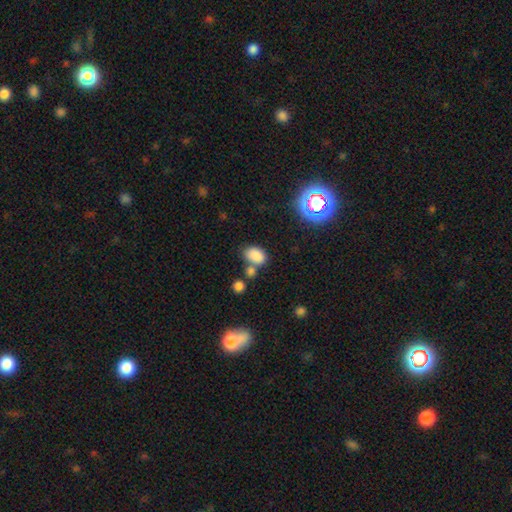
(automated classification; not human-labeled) smooth-or-featured: smooth: 83% | star or artifact: 11% | featured or disk: 6%
  how-rounded: in between: 84% | round: 15% | cigar-shaped: 1%
  merging: none: 55% | merger: 24% | minor disturbance: 16% | major disturbance: 5%